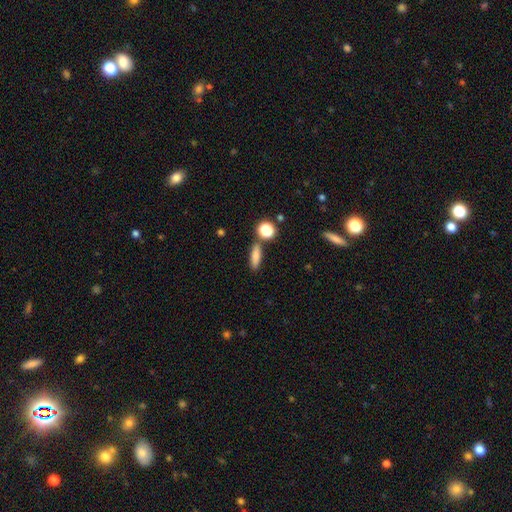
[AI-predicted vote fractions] smooth 80%, star or artifact 10%, featured or disk 10%. Down the decision tree: how rounded — cigar-shaped (46%); merging — none (78%).